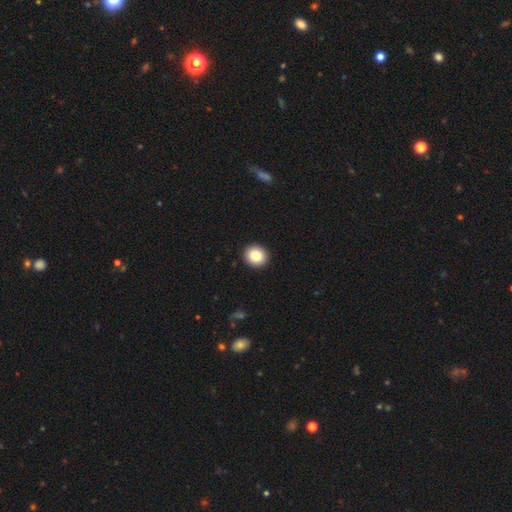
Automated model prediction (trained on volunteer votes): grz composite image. It shows a smooth galaxy with no disk features (86%) that is round (81%). Merging: none (92%).